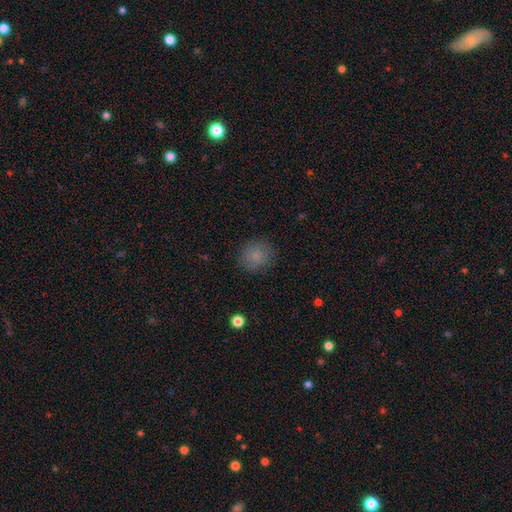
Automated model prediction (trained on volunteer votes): Smooth or featured? smooth (84%)
How rounded? round (82%)
Merging? none (85%)